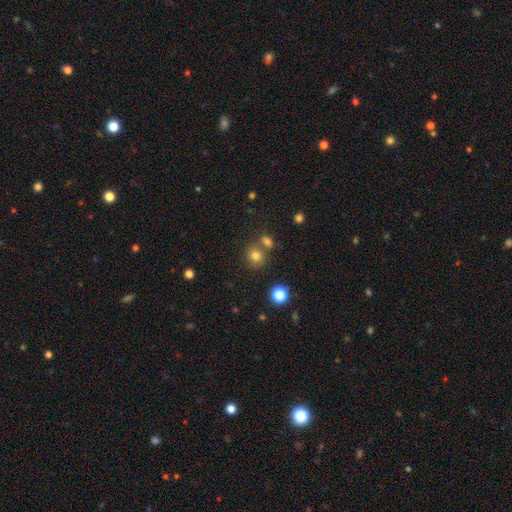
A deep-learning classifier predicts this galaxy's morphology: A smooth galaxy with no disk features (77%) that is round (76%). Merging: none (66%).